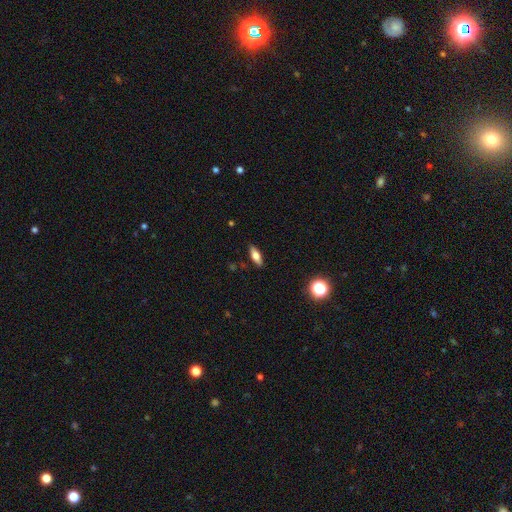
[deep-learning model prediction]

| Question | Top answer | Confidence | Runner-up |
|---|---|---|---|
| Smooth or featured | smooth | 58% | featured or disk (33%) |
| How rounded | in between | 61% | cigar-shaped (35%) |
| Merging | none | 88% | minor disturbance (8%) |